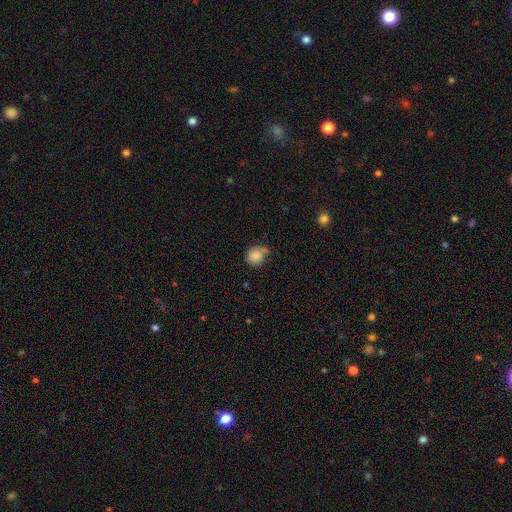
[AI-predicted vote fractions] smooth-or-featured: smooth: 83% | star or artifact: 9% | featured or disk: 8%
  how-rounded: round: 84% | in between: 16% | cigar-shaped: 1%
  merging: none: 55% | minor disturbance: 25% | merger: 11% | major disturbance: 9%